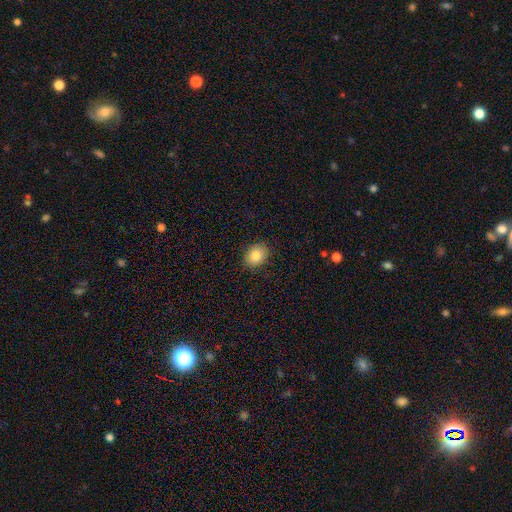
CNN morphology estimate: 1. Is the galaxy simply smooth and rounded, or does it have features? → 85% smooth, 8% star or artifact, 7% featured or disk.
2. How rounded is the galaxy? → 63% in between, 36% round, 1% cigar-shaped.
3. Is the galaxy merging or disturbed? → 88% none, 9% minor disturbance, 2% major disturbance, 1% merger.